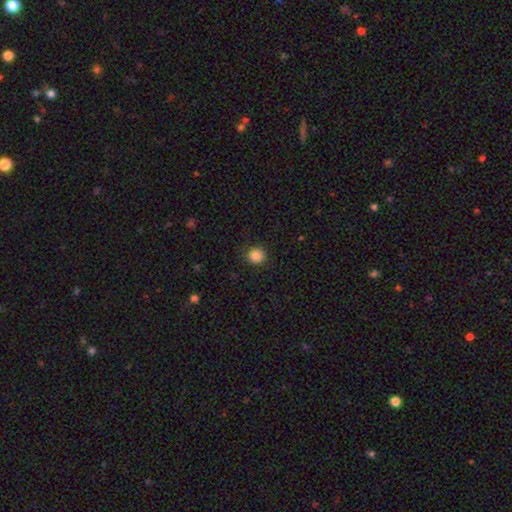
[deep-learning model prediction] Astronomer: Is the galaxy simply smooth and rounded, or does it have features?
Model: smooth — 87%.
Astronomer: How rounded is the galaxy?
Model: round — 92%.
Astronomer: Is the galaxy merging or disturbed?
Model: none — 90%.